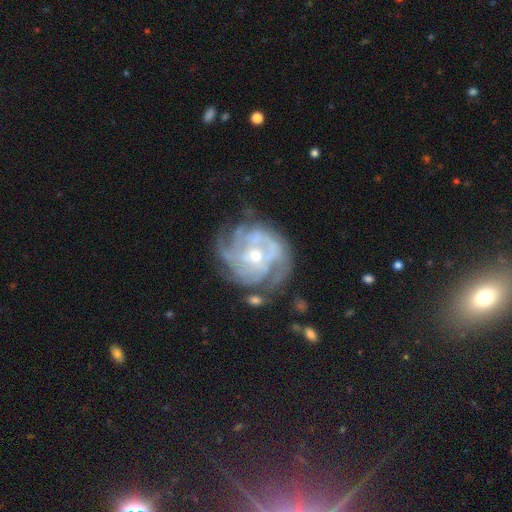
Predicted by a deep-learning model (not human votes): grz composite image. It shows a featured or disk galaxy (87%) with no bar (66%), tight (63%) spiral arms (93%) and a small central bulge (49%). Merging: none (64%).